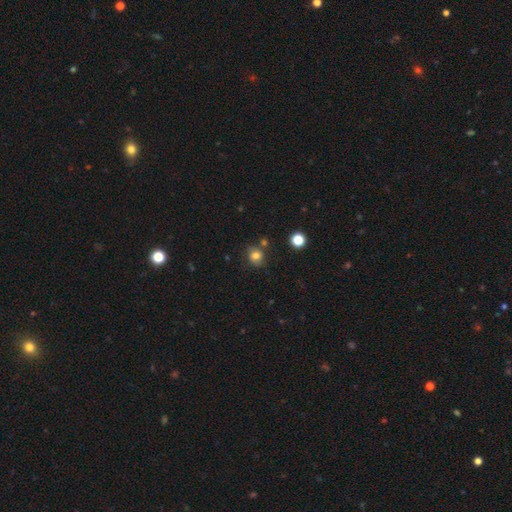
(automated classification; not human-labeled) A smooth galaxy with no disk features (78%) that is round (76%).

Vote fractions:
- Smooth or featured? smooth: 78% / star or artifact: 14% / featured or disk: 9%
- How rounded? round: 76% / in between: 24% / cigar-shaped: 1%
- Merging? none: 73% / minor disturbance: 15% / merger: 8% / major disturbance: 4%